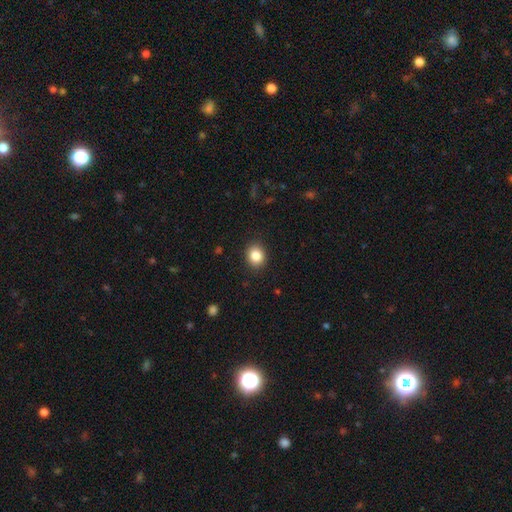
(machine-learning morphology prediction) This appears to be a smooth galaxy with no disk features (85%) that is round (68%). Merging: none (90%).